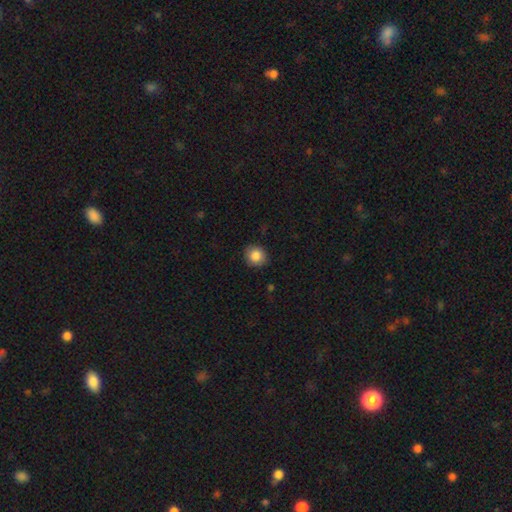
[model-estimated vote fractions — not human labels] smooth-or-featured: smooth: 86% | star or artifact: 9% | featured or disk: 5%
  how-rounded: round: 87% | in between: 12% | cigar-shaped: 1%
  merging: none: 88% | minor disturbance: 9% | major disturbance: 2% | merger: 1%